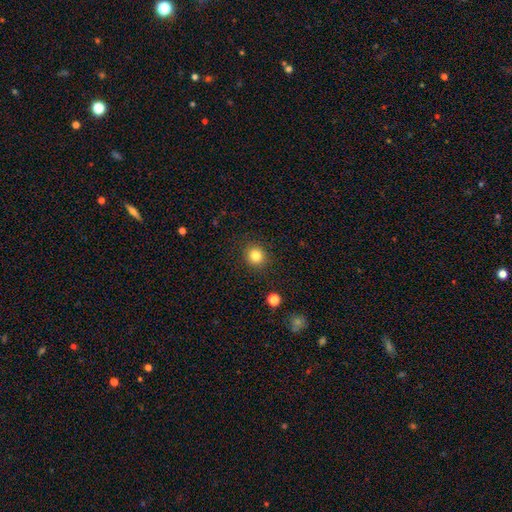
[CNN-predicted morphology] Smooth or featured? smooth (82%)
How rounded? round (89%)
Merging? none (90%)